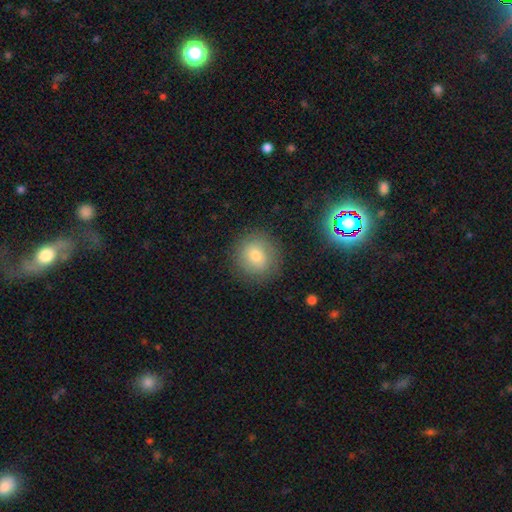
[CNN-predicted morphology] smooth_or_featured: smooth (p=0.69) [alt: featured or disk p=0.18]
how_rounded: round (p=0.86) [alt: in between p=0.13]
merging: none (p=0.85) [alt: minor disturbance p=0.10]